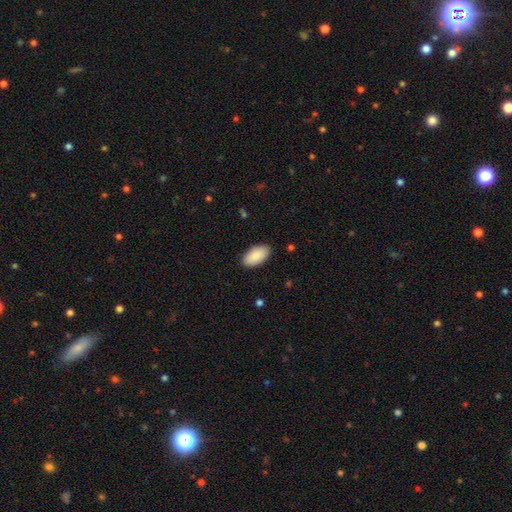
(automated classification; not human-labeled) A smooth galaxy with no disk features (90%) that is in between round and cigar-shaped (96%). Merging: none (88%).